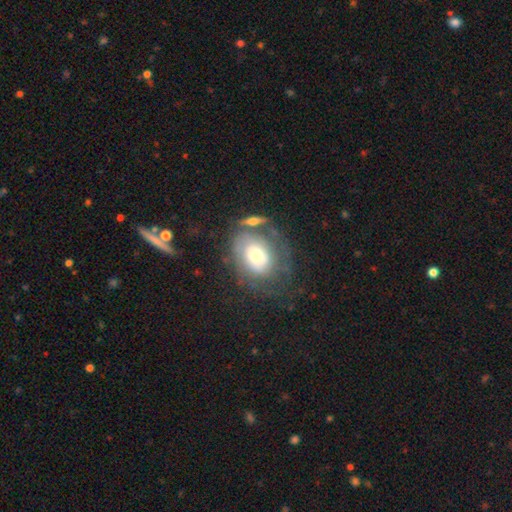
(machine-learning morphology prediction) A featured or disk galaxy (49%).

Vote fractions:
- Smooth or featured? featured or disk: 49% / smooth: 43% / star or artifact: 8%
- Merging? none: 46% / minor disturbance: 21% / major disturbance: 19% / merger: 14%